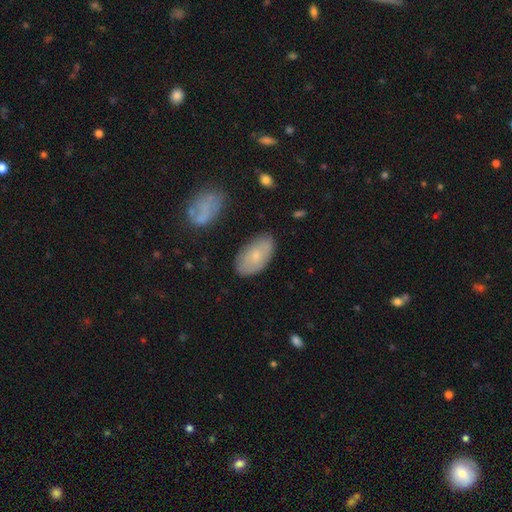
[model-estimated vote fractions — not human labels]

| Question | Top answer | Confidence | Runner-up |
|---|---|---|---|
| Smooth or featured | smooth | 66% | featured or disk (28%) |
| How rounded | in between | 94% | round (4%) |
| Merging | none | 77% | minor disturbance (17%) |